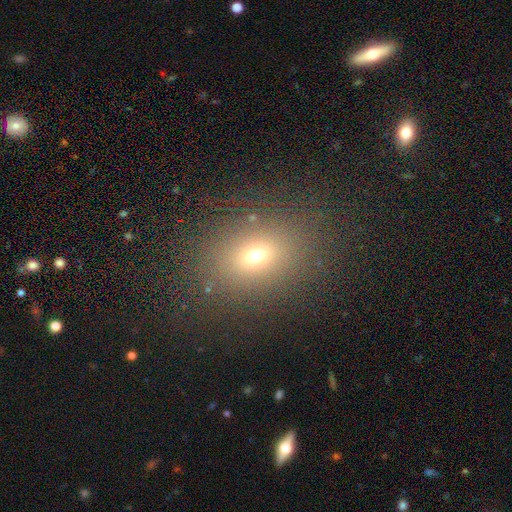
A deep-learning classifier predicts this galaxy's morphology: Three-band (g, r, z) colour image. It shows a smooth galaxy with no disk features (66%) that is in between round and cigar-shaped (54%). Merging: none (81%).